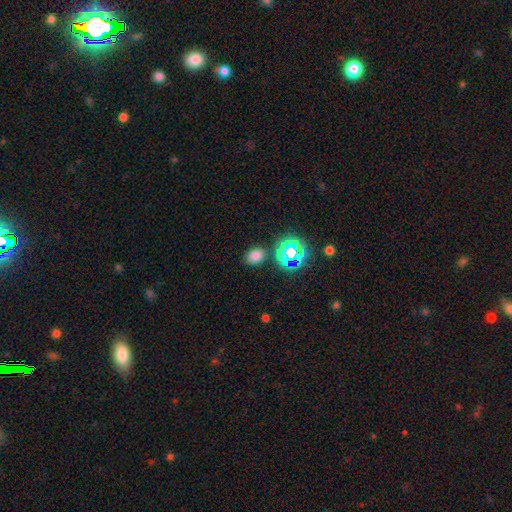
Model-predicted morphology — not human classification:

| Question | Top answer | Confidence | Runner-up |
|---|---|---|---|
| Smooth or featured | smooth | 70% | star or artifact (23%) |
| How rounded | in between | 67% | round (31%) |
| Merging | none | 83% | minor disturbance (10%) |